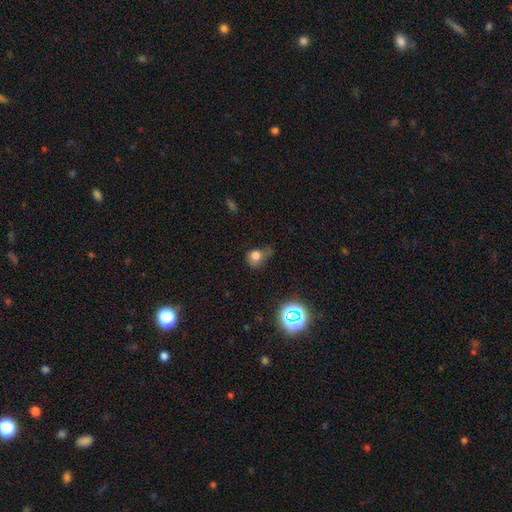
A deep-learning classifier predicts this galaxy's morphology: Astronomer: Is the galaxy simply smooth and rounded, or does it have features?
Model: smooth — 73%.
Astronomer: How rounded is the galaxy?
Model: round — 64%.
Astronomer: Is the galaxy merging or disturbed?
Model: minor disturbance — 33% (runner-up: none, 30%).